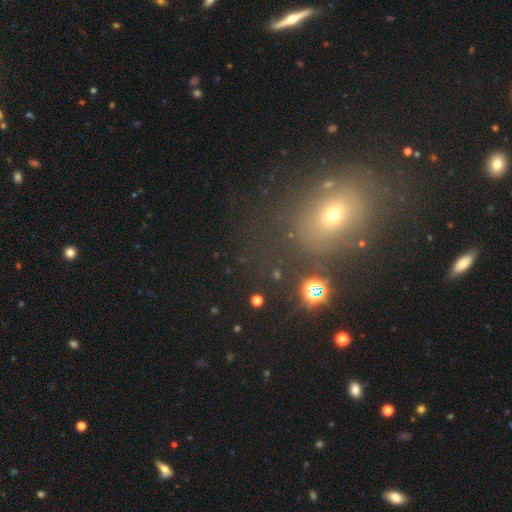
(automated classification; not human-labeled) smooth-or-featured: smooth: 50% | star or artifact: 33% | featured or disk: 17%
  how-rounded: in between: 58% | round: 39% | cigar-shaped: 3%
  merging: none: 77% | minor disturbance: 12% | major disturbance: 7% | merger: 5%